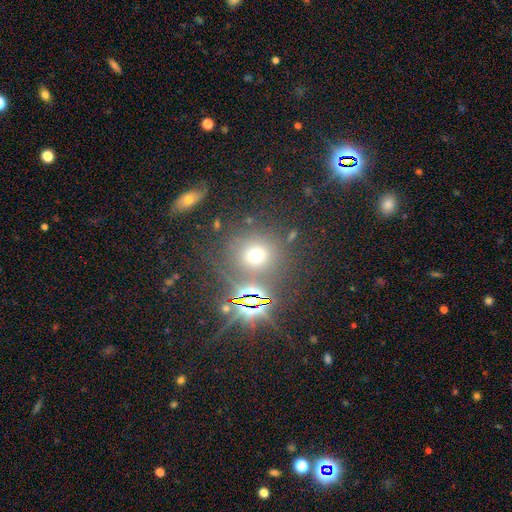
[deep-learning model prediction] A smooth galaxy with no disk features (54%) that is round (85%). Merging: none (76%).